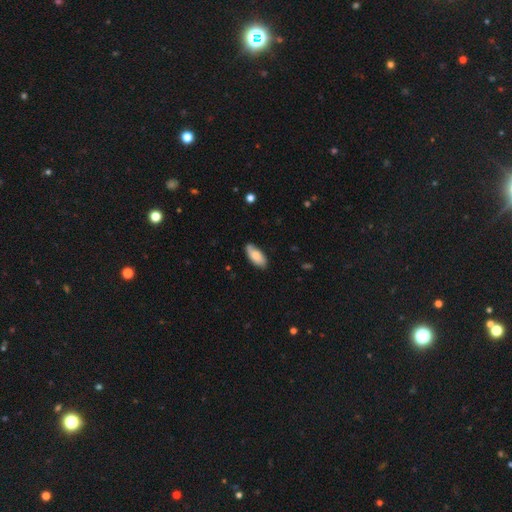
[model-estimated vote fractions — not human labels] Smooth or featured? smooth (77%)
How rounded? in between (88%)
Merging? none (79%)